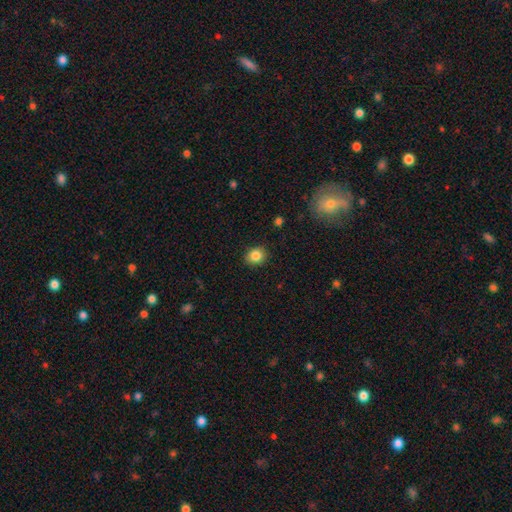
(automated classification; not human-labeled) This appears to be a smooth galaxy with no disk features (85%) that is round (70%). Merging: none (89%).